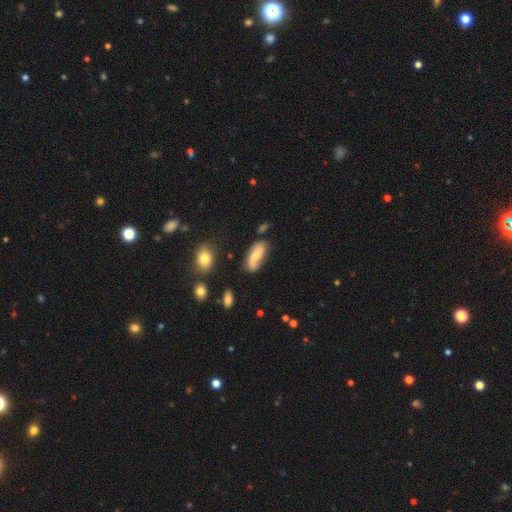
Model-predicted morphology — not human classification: smooth_or_featured: smooth (p=0.54) [alt: featured or disk p=0.38]
how_rounded: in between (p=0.83) [alt: cigar-shaped p=0.14]
merging: none (p=0.58) [alt: minor disturbance p=0.26]